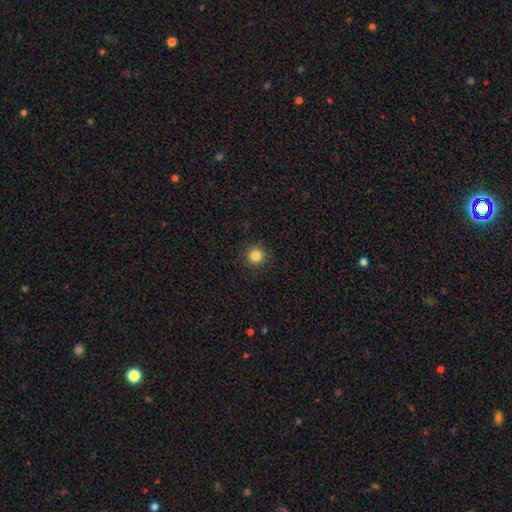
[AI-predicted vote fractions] smooth-or-featured: smooth: 84% | star or artifact: 11% | featured or disk: 5%
  how-rounded: round: 95% | in between: 4% | cigar-shaped: 1%
  merging: none: 92% | minor disturbance: 5% | major disturbance: 2% | merger: 1%